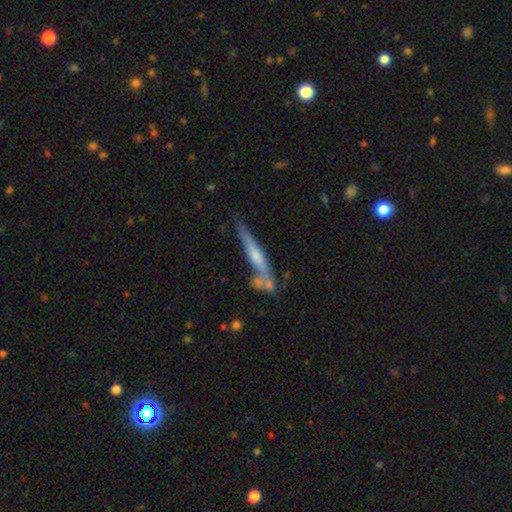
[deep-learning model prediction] This is possibly a featured or disk galaxy (53%). It is clearly viewed edge-on (90%). Merging: possibly none (58%).